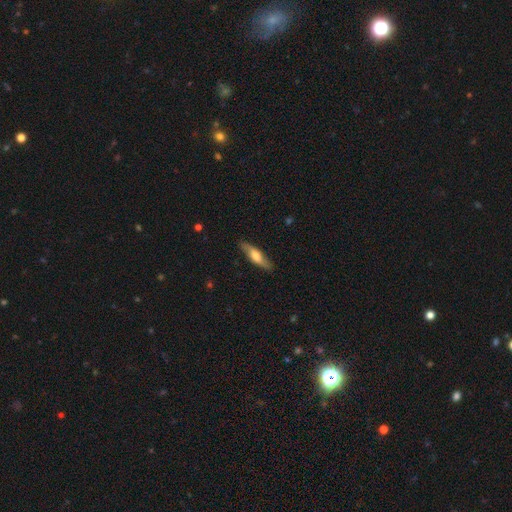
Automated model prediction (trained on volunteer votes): A smooth galaxy with no disk features (56%) that is cigar-shaped (66%).

Vote fractions:
- Smooth or featured? smooth: 56% / featured or disk: 39% / star or artifact: 6%
- How rounded? cigar-shaped: 66% / in between: 32% / round: 2%
- Merging? none: 85% / minor disturbance: 11% / major disturbance: 2% / merger: 1%